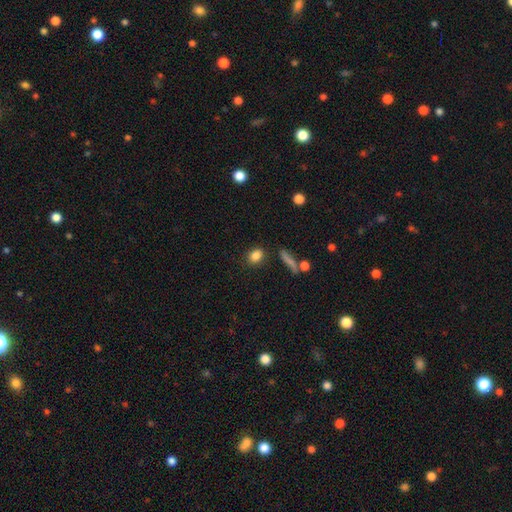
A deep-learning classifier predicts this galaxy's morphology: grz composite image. It shows a smooth galaxy with no disk features (84%) that is in between round and cigar-shaped (56%). Merging: none (81%).